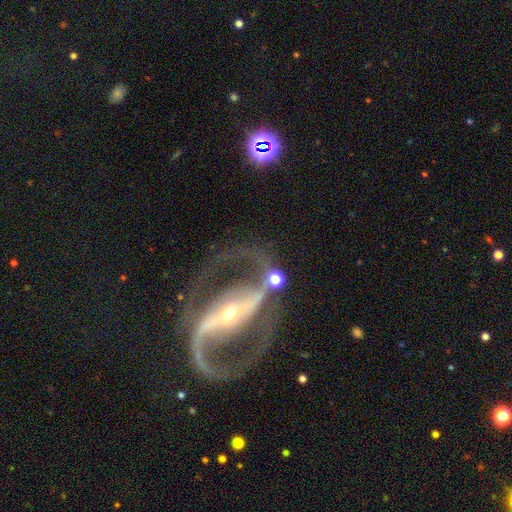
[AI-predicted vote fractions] featured or disk 91%, star or artifact 6%, smooth 3%. Down the decision tree: edge-on disk — no (95%); bar — strong (72%); spiral arms — yes (95%); spiral arm count — 2 (92%); spiral winding — medium (55%); bulge size — small (68%); merging — none (69%).